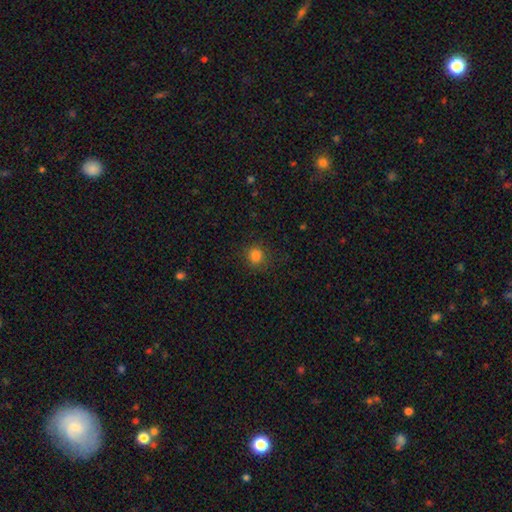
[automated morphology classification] smooth-or-featured: smooth: 82% | star or artifact: 13% | featured or disk: 4%
  how-rounded: round: 86% | in between: 13% | cigar-shaped: 1%
  merging: none: 85% | minor disturbance: 10% | major disturbance: 4% | merger: 1%